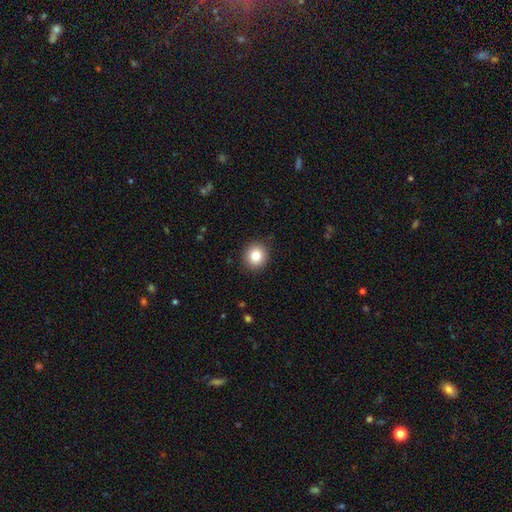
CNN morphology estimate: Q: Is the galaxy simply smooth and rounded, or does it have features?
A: smooth — 82%.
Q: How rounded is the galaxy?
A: round — 89%.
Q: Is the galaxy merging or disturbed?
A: none — 89%.